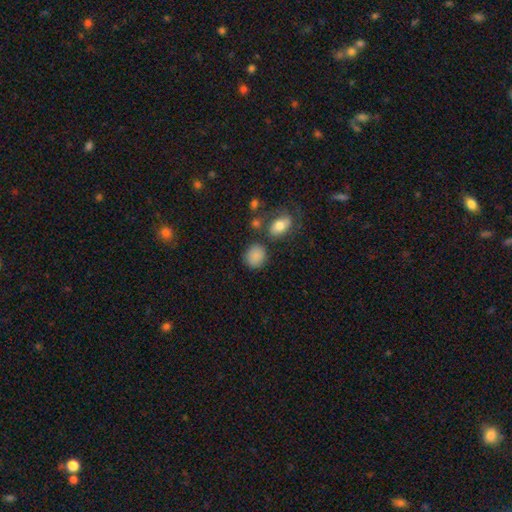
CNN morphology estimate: Q: Smooth or featured?
A: smooth (86%); runner-up: star or artifact (9%)
Q: How rounded?
A: round (70%); runner-up: in between (29%)
Q: Merging?
A: none (75%); runner-up: minor disturbance (12%)